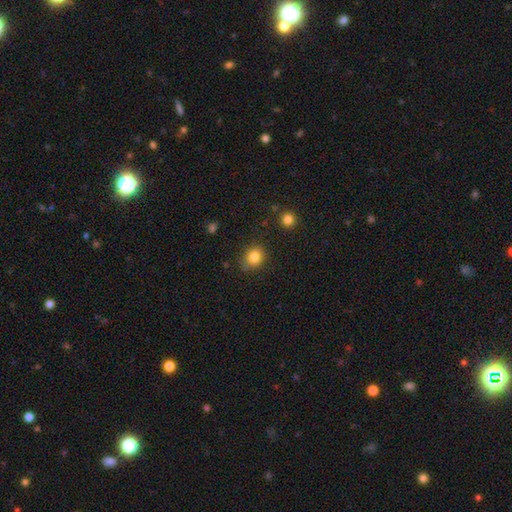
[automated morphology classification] smooth 84%, star or artifact 10%, featured or disk 6%. Down the decision tree: how rounded — round (70%); merging — none (79%).